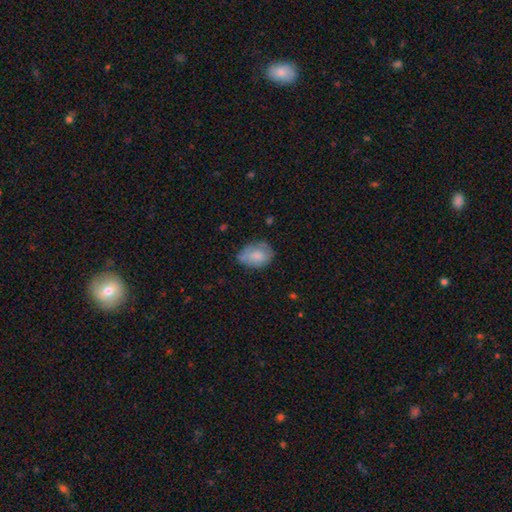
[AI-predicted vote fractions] This appears to be a smooth galaxy with no disk features (74%) that is in between round and cigar-shaped (73%). Merging: none (59%).